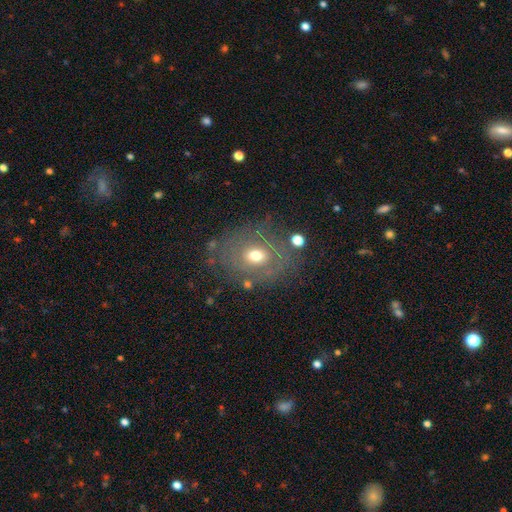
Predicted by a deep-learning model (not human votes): Morphology: type=smooth (45%); merging=none (71%).